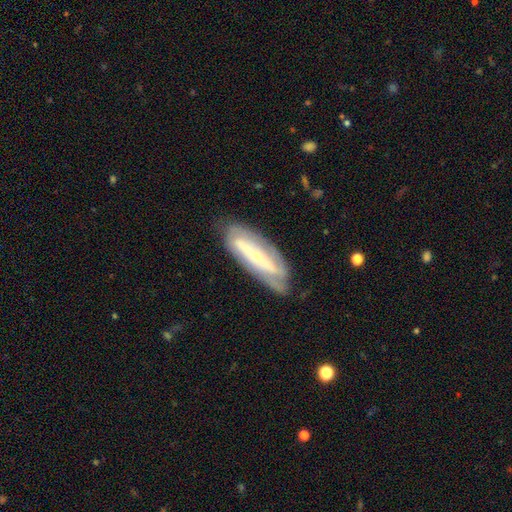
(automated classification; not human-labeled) smooth-or-featured: featured or disk: 73% | smooth: 21% | star or artifact: 6%
  disk-edge-on: no: 77% | yes: 23%
    bar: strong: 46% | no: 31% | weak: 22%
    has-spiral-arms: yes: 75% | no: 25%
    bulge-size: small: 72% | moderate: 24% | large: 2% | none: 2% | dominant: 1%
  merging: none: 72% | minor disturbance: 19% | major disturbance: 7% | merger: 2%